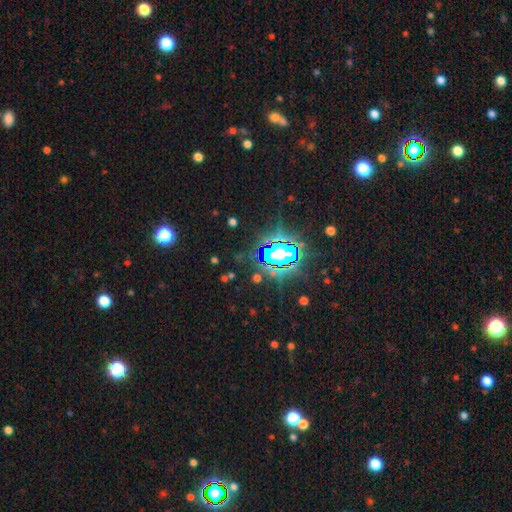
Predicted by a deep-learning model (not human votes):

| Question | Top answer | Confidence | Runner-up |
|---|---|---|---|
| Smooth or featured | star or artifact | 79% | smooth (12%) |